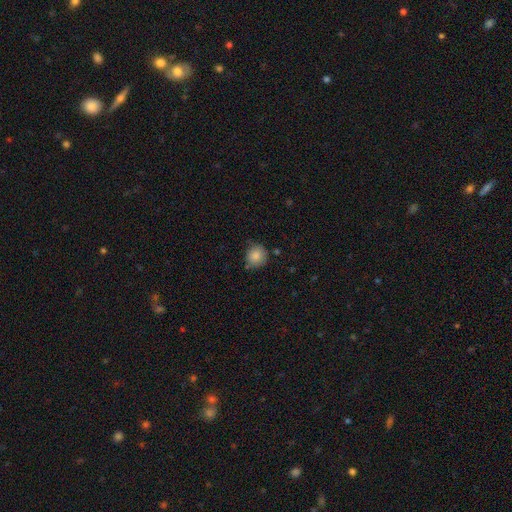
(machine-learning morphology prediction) smooth 86%, star or artifact 9%, featured or disk 5%. Down the decision tree: how rounded — round (86%); merging — none (77%).